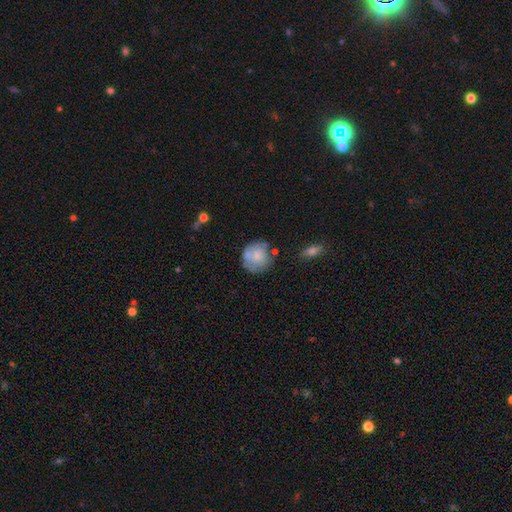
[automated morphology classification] smooth 66%, featured or disk 27%, star or artifact 8%. Down the decision tree: how rounded — round (88%); merging — none (60%).